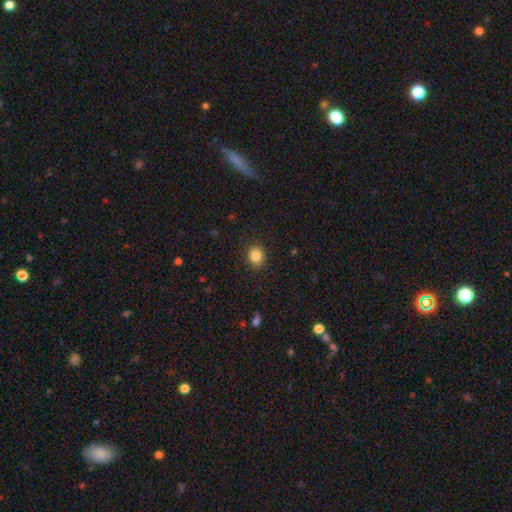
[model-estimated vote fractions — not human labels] This is clearly a smooth galaxy (86%). How rounded: likely round (60%). Merging: clearly none (88%).